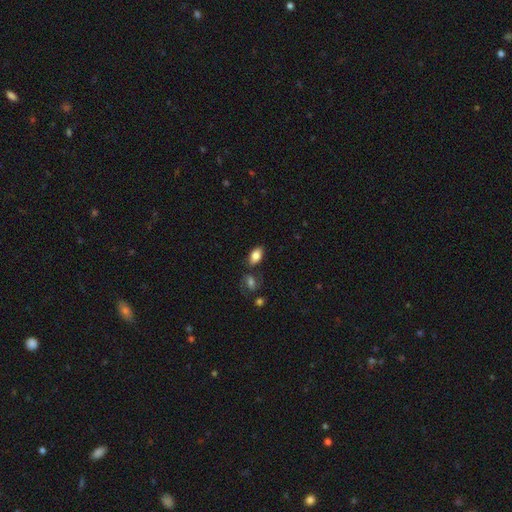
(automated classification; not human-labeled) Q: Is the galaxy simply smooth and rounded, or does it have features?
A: smooth — 82%.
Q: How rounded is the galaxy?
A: in between — 91%.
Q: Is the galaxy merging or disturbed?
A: none — 71%.